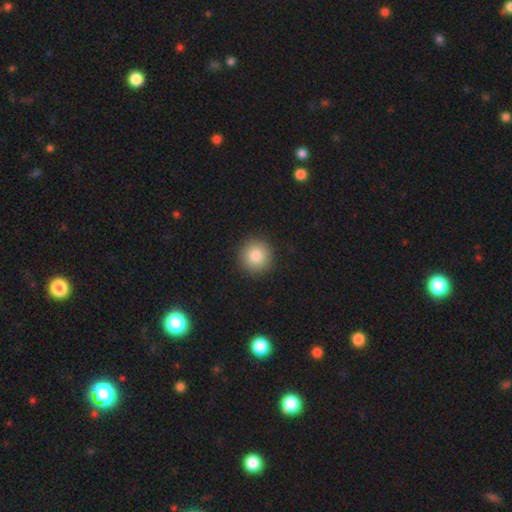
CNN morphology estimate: Smooth or featured: smooth — 84% (star or artifact — 9%)
How rounded: round — 95% (in between — 4%)
Merging: none — 92% (minor disturbance — 5%)